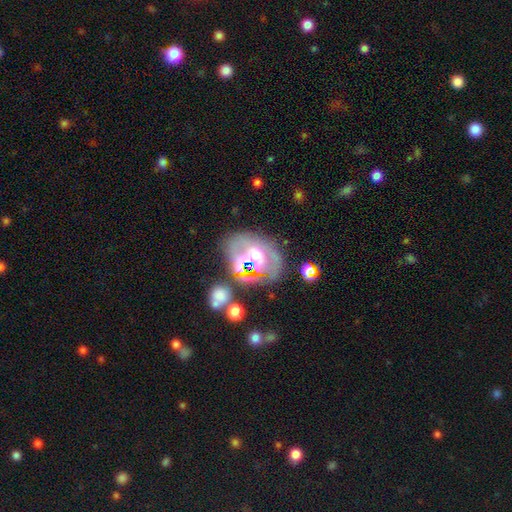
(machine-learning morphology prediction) A featured or disk galaxy (40%).

Vote fractions:
- Smooth or featured? featured or disk: 40% / smooth: 37% / star or artifact: 23%
- Merging? none: 52% / merger: 19% / minor disturbance: 16% / major disturbance: 14%